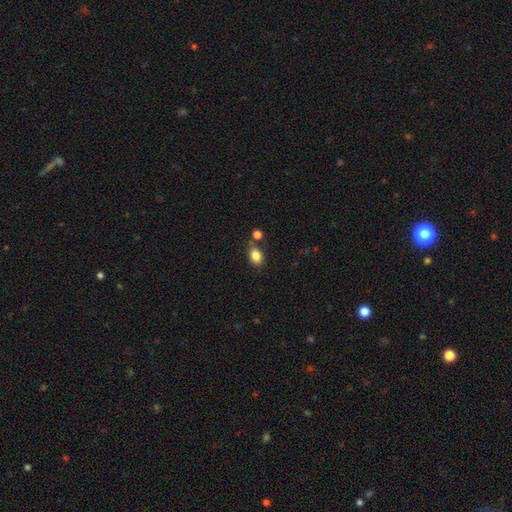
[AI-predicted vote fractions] Smooth or featured?
  - smooth: 85% *
  - star or artifact: 10%
  - featured or disk: 6%
How rounded?
  - in between: 77% *
  - round: 22%
  - cigar-shaped: 1%
Merging?
  - none: 69% *
  - merger: 15%
  - minor disturbance: 12%
  - major disturbance: 4%